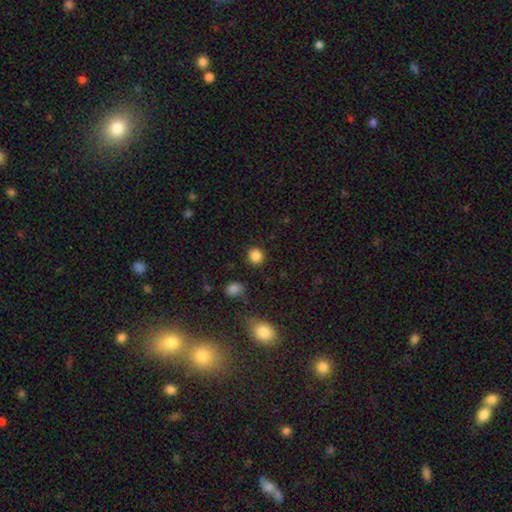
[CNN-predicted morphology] Overall: smooth (85%). How rounded: round (89%). Merging: none (90%).